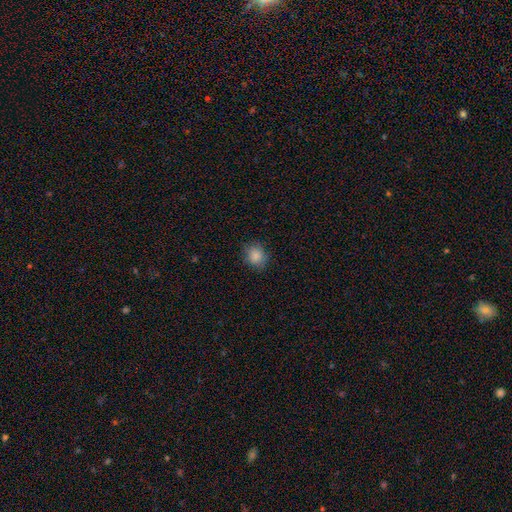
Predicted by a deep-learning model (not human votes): Overall: smooth (86%). How rounded: round (72%). Merging: none (84%).